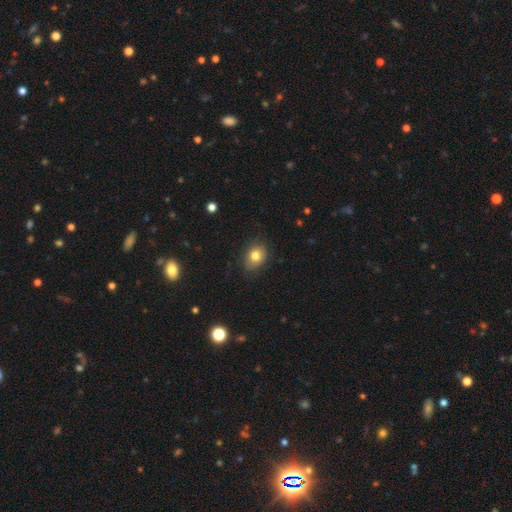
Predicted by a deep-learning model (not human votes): smooth 80%, featured or disk 10%, star or artifact 10%. Down the decision tree: how rounded — in between (57%); merging — none (77%).